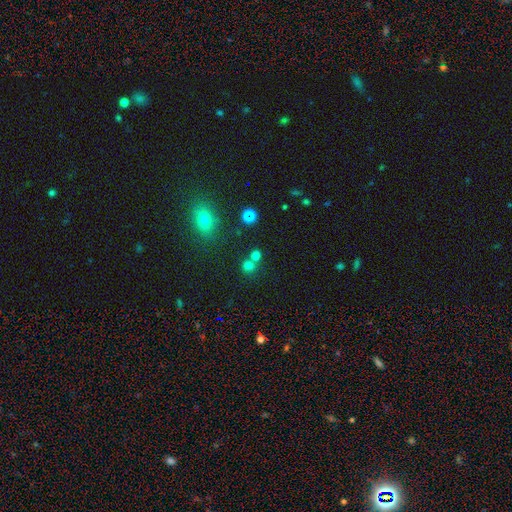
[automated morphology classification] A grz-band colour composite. It shows a smooth galaxy with no disk features (69%) that is round (83%). Merging: none (54%).